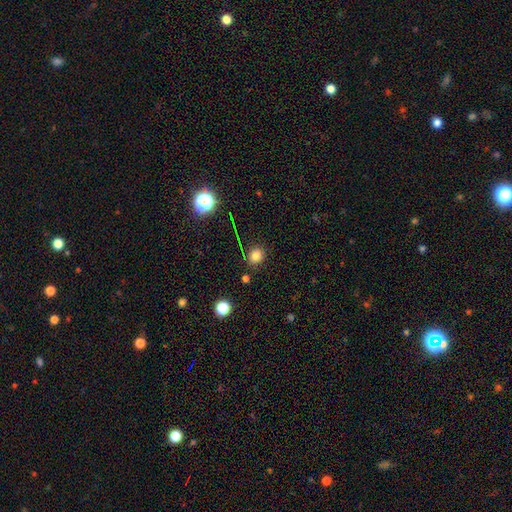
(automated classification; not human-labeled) Smooth or featured? Predicted: smooth (p=0.78). How rounded? Predicted: round (p=0.72). Merging? Predicted: none (p=0.83).